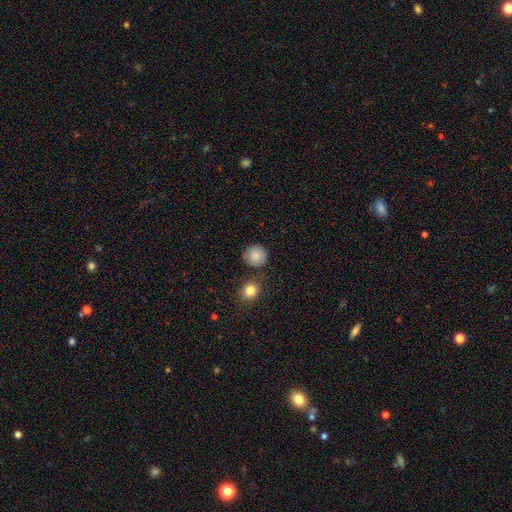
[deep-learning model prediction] smooth 86%, star or artifact 8%, featured or disk 5%. Down the decision tree: how rounded — round (90%); merging — none (80%).